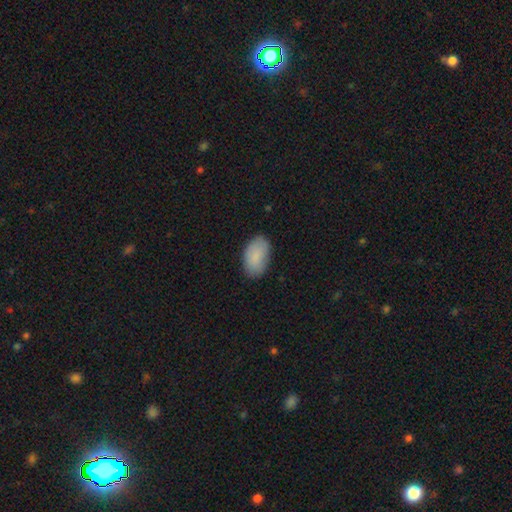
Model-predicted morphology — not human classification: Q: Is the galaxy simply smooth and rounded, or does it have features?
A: smooth — 88%.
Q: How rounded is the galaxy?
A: in between — 94%.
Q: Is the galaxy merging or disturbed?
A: none — 83%.